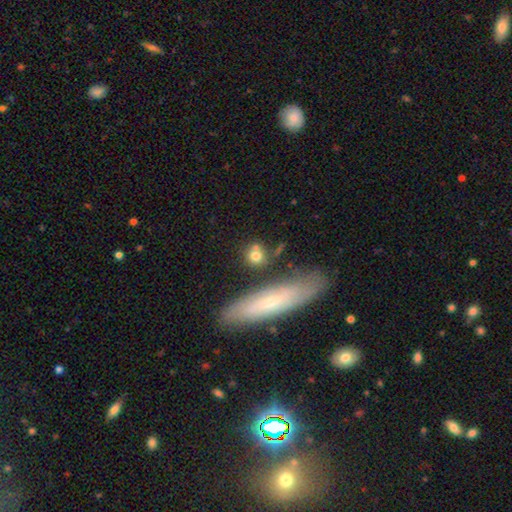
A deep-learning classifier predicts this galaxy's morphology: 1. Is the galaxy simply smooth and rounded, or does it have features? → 75% smooth, 14% featured or disk, 10% star or artifact.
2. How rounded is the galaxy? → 77% round, 15% in between, 7% cigar-shaped.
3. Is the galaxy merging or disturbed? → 67% none, 15% merger, 13% minor disturbance, 6% major disturbance.